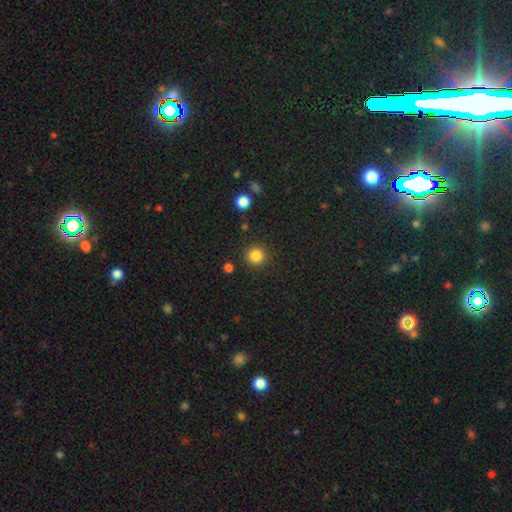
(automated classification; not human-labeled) Overall: smooth (85%). How rounded: round (95%). Merging: none (91%).